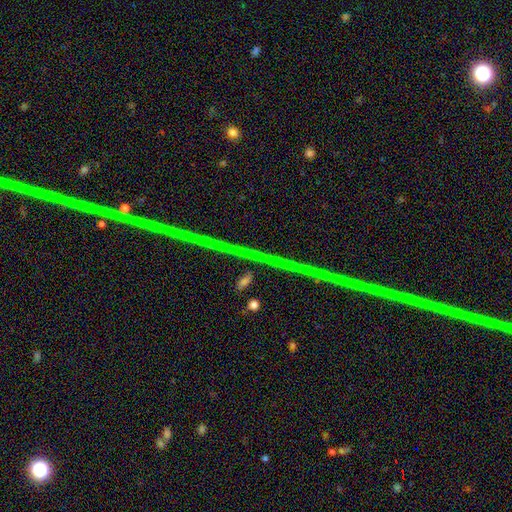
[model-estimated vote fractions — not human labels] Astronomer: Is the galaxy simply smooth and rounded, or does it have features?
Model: star or artifact — 69%.